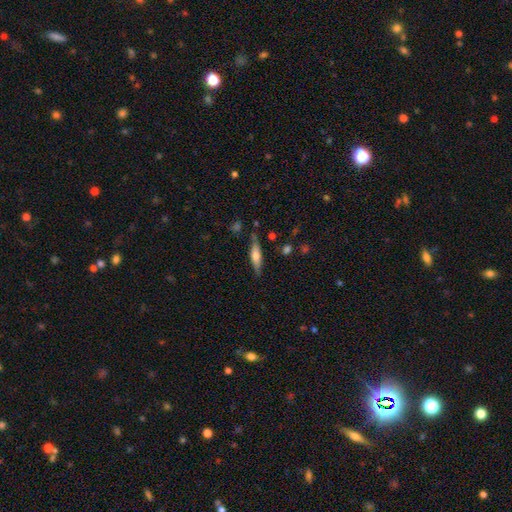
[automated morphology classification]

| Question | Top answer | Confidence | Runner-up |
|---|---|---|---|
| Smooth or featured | smooth | 50% | featured or disk (43%) |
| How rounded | cigar-shaped | 66% | in between (31%) |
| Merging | none | 78% | minor disturbance (15%) |